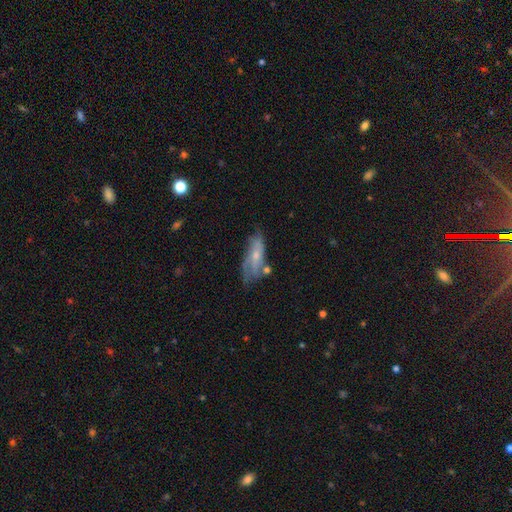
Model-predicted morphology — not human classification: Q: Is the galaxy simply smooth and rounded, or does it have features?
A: featured or disk — 60%.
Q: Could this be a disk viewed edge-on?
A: no — 83%.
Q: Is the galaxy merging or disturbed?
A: none — 49%.